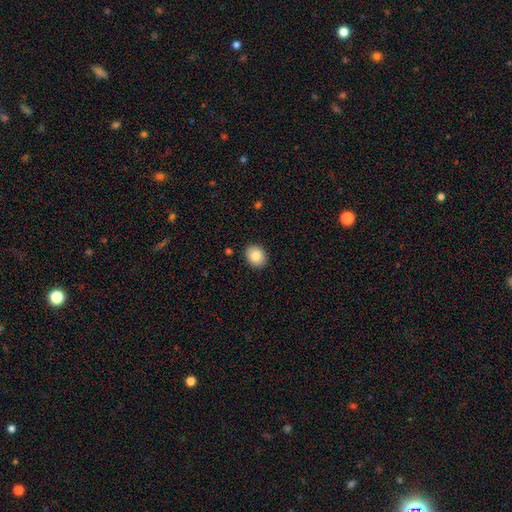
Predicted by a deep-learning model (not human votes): Smooth or featured? smooth (85%)
How rounded? round (54%)
Merging? none (90%)